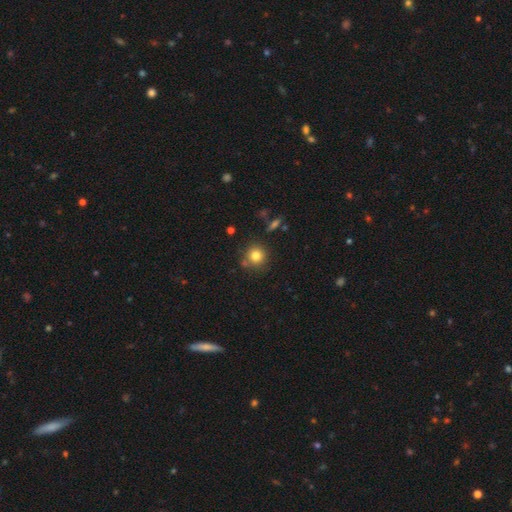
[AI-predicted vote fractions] Smooth or featured: smooth — 81% (star or artifact — 12%)
How rounded: round — 92% (in between — 7%)
Merging: none — 79% (minor disturbance — 11%)